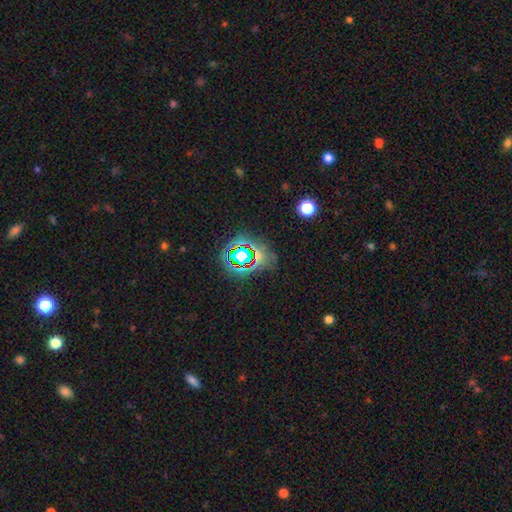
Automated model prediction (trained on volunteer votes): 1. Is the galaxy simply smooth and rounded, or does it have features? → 67% star or artifact, 21% smooth, 12% featured or disk.